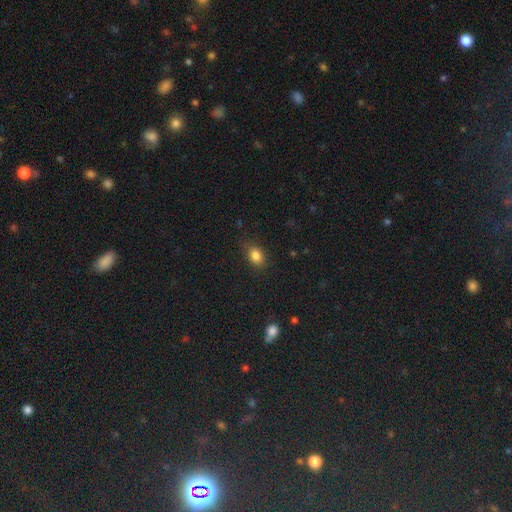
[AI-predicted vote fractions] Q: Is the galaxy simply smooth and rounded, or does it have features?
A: smooth — 83%.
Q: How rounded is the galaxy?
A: in between — 69%.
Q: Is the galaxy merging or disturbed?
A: none — 81%.